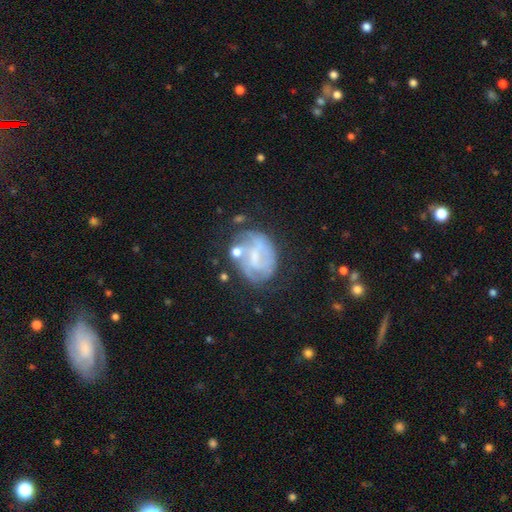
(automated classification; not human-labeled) A featured or disk galaxy (67%) with a weak bar (46%), spiral arms (65%) and a small central bulge (45%).

Vote fractions:
- Smooth or featured? featured or disk: 67% / smooth: 24% / star or artifact: 9%
- Edge-on disk? no: 97% / yes: 3%
- Bar? weak: 46% / no: 37% / strong: 17%
- Spiral arms? yes: 65% / no: 35%
- Bulge size? small: 45% / none: 26% / moderate: 25% / large: 3% / dominant: 1%
- Merging? none: 50% / minor disturbance: 23% / major disturbance: 17% / merger: 10%